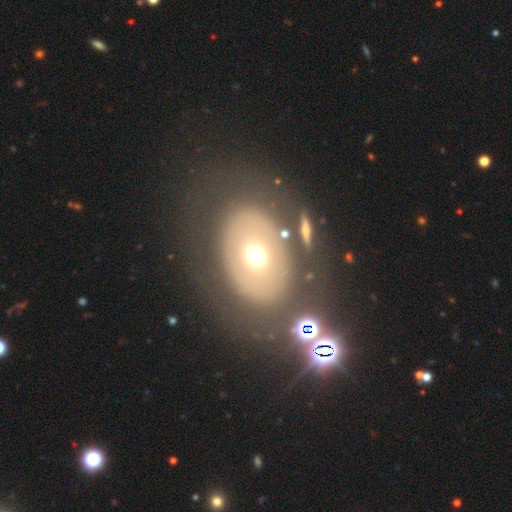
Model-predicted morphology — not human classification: smooth-or-featured: smooth: 46% | featured or disk: 41% | star or artifact: 13%
  merging: none: 72% | minor disturbance: 12% | major disturbance: 10% | merger: 6%